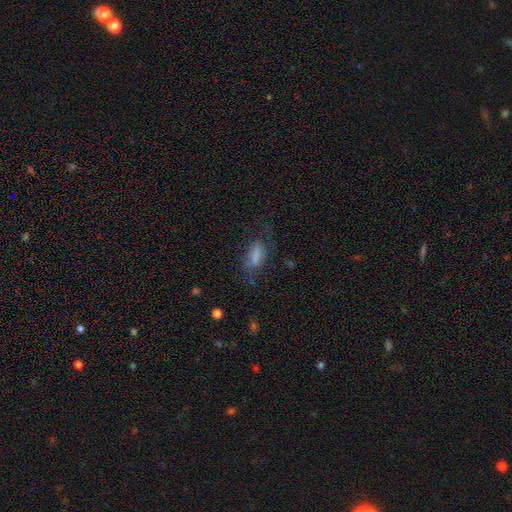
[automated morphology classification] smooth 69%, featured or disk 20%, star or artifact 12%. Down the decision tree: how rounded — in between (82%); merging — none (43%).